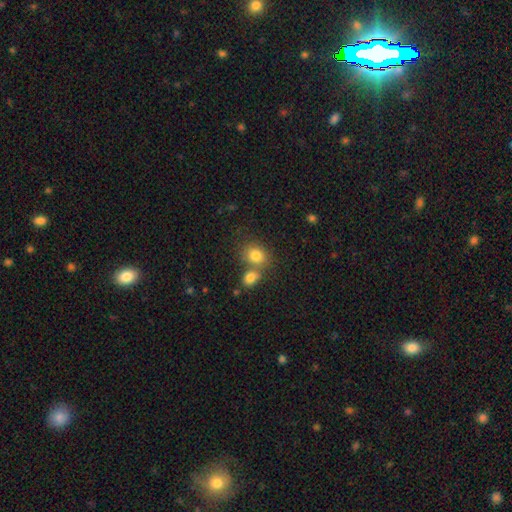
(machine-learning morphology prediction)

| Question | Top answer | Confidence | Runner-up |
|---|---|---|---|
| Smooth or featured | smooth | 80% | star or artifact (11%) |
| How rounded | round | 61% | in between (38%) |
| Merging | none | 49% | merger (39%) |